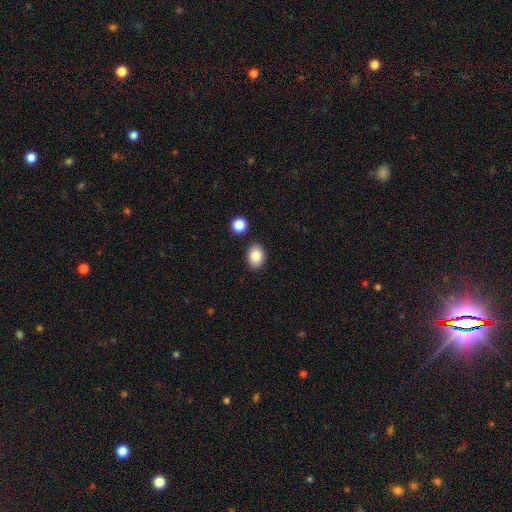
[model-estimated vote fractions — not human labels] A smooth galaxy with no disk features (85%) that is in between round and cigar-shaped (70%). Merging: none (86%).